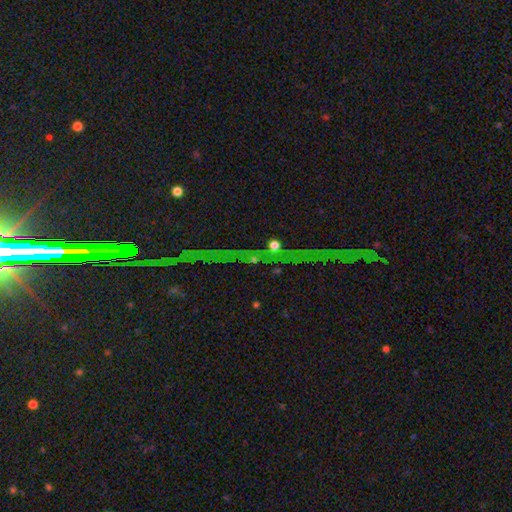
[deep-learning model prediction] Overall: star or artifact (80%).